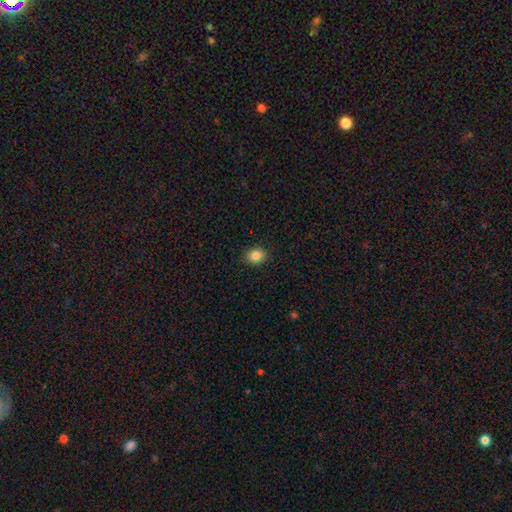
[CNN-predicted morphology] Overall: smooth (84%). How rounded: round (65%; in between 34%). Merging: none (90%).